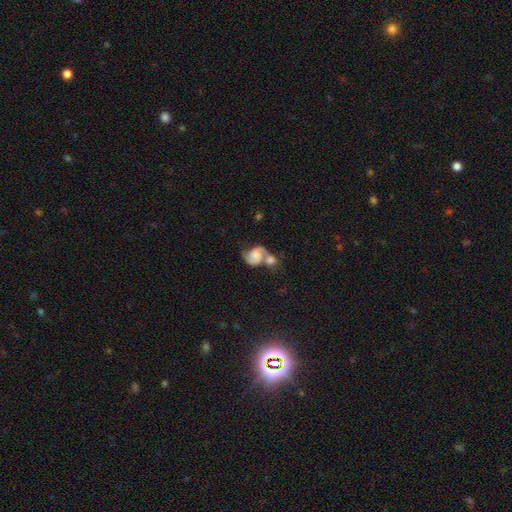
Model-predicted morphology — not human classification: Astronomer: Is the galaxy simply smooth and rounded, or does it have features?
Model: featured or disk — 65%.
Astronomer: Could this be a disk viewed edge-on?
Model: no — 98%.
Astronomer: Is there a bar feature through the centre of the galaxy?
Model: no — 67%.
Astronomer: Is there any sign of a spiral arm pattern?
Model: yes — 90%.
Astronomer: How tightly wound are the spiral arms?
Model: medium — 47% (runner-up: loose, 32%).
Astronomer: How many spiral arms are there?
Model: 2 — 88%.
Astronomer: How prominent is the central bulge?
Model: none — 35% (runner-up: small, 23%).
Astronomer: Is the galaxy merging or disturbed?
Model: merger — 59%.